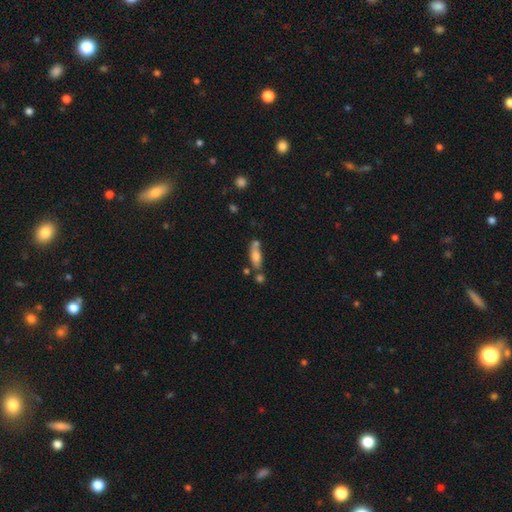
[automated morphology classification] Smooth or featured? Predicted: smooth (p=0.67). How rounded? Predicted: in between (p=0.54). Merging? Predicted: none (p=0.54).